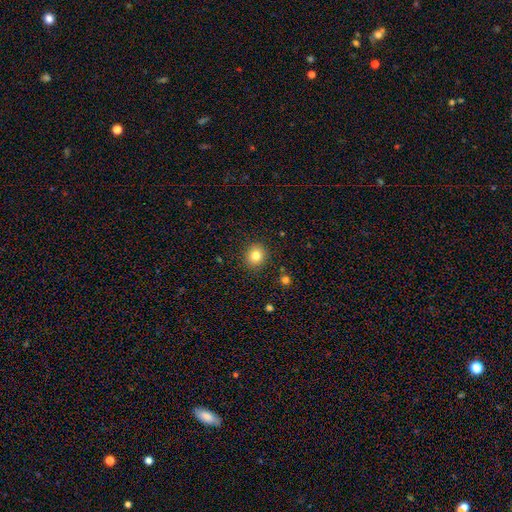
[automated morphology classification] Q: Smooth or featured?
A: smooth (82%); runner-up: star or artifact (11%)
Q: How rounded?
A: round (85%); runner-up: in between (14%)
Q: Merging?
A: none (90%); runner-up: minor disturbance (6%)